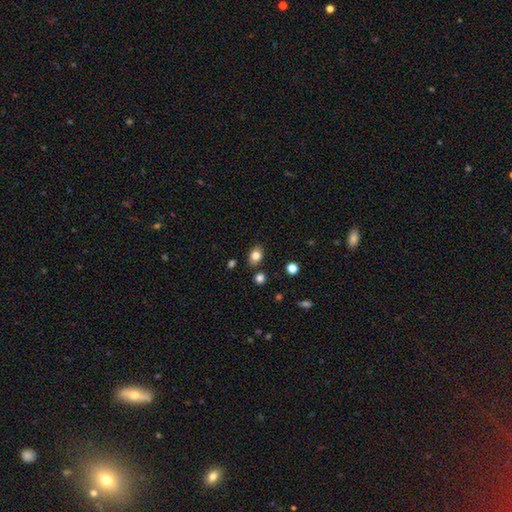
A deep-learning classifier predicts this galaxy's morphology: smooth-or-featured: smooth: 80% | star or artifact: 11% | featured or disk: 10%
  how-rounded: in between: 70% | round: 29% | cigar-shaped: 1%
  merging: none: 82% | minor disturbance: 11% | merger: 4% | major disturbance: 3%